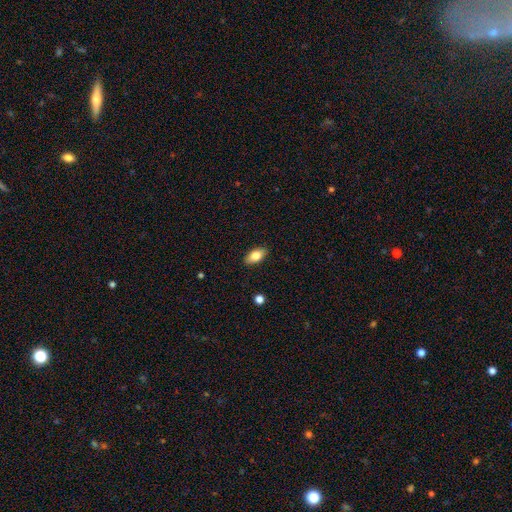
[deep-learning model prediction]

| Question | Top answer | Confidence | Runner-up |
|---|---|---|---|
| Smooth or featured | smooth | 79% | featured or disk (14%) |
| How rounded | in between | 89% | cigar-shaped (7%) |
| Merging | none | 88% | minor disturbance (9%) |